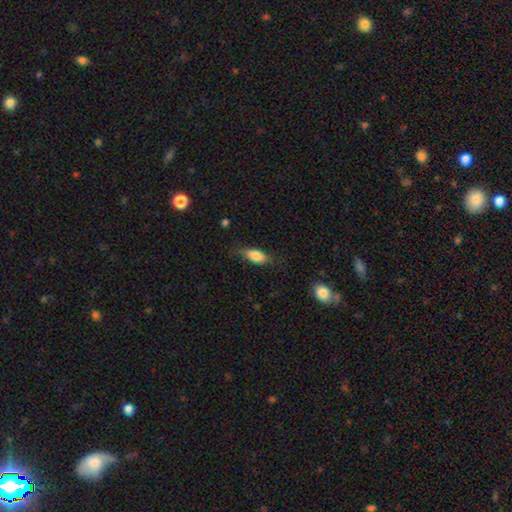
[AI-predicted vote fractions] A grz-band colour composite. It shows a smooth galaxy with no disk features (79%) that is in between round and cigar-shaped (82%). Merging: none (64%).